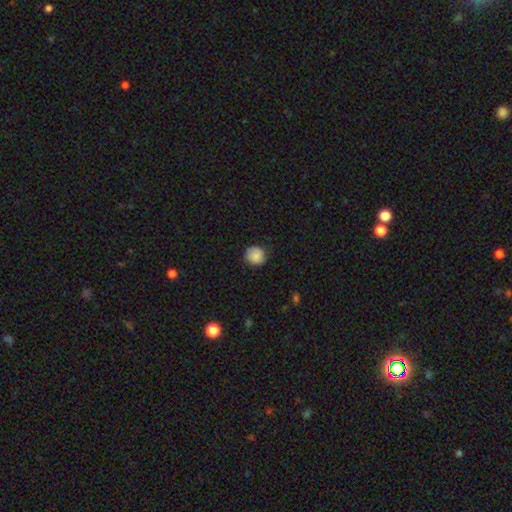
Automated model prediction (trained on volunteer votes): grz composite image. It shows a smooth galaxy with no disk features (83%) that is round (87%). Merging: none (77%).